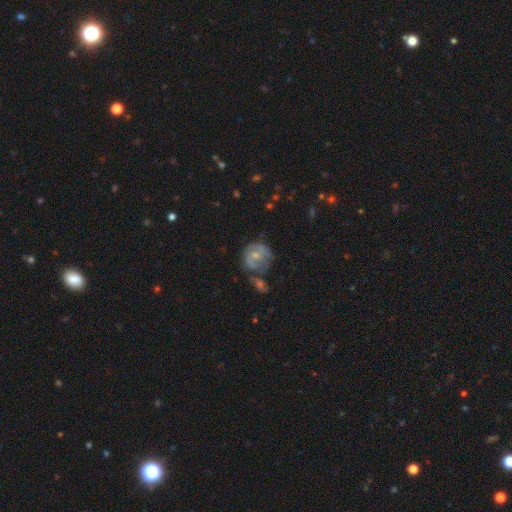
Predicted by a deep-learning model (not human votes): Smooth or featured?
  - featured or disk: 58% *
  - smooth: 34%
  - star or artifact: 7%
Edge-on disk?
  - no: 97% *
  - yes: 3%
Bar?
  - no: 60% *
  - weak: 34%
  - strong: 6%
Spiral arms?
  - yes: 74% *
  - no: 26%
Bulge size?
  - small: 47% *
  - moderate: 46%
  - none: 4%
  - large: 2%
  - dominant: 1%
Merging?
  - none: 46% *
  - minor disturbance: 24%
  - merger: 16%
  - major disturbance: 13%